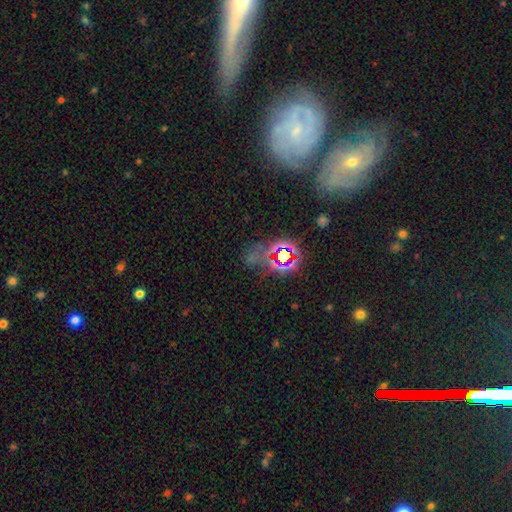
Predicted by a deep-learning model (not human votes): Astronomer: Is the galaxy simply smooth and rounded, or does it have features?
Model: star or artifact — 65%.